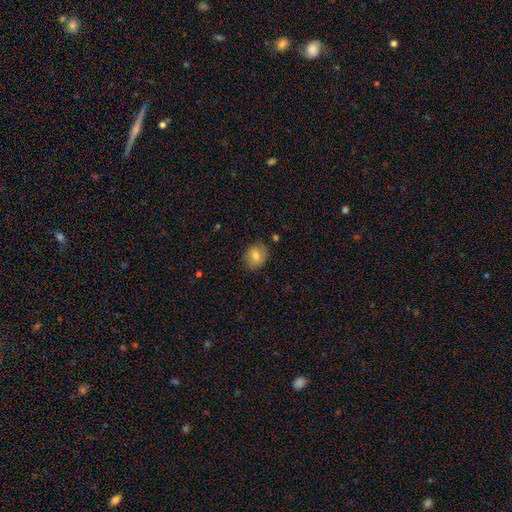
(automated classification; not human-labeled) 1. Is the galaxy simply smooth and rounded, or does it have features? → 71% smooth, 19% featured or disk, 9% star or artifact.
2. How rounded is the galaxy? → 59% round, 40% in between, 1% cigar-shaped.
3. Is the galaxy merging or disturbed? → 80% none, 15% minor disturbance, 3% major disturbance, 1% merger.